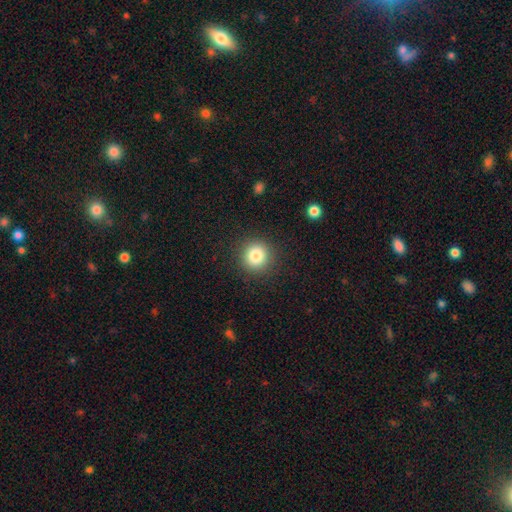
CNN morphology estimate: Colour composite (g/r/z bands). It shows a smooth galaxy with no disk features (83%) that is round (94%). Merging: none (90%).